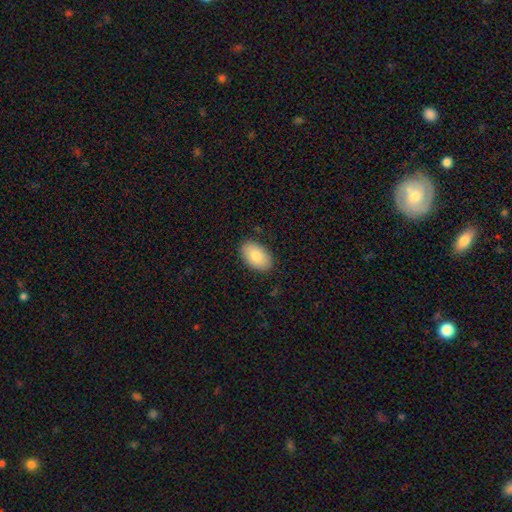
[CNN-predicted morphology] A smooth galaxy with no disk features (81%) that is in between round and cigar-shaped (93%).

Vote fractions:
- Smooth or featured? smooth: 81% / featured or disk: 12% / star or artifact: 6%
- How rounded? in between: 93% / round: 6% / cigar-shaped: 1%
- Merging? none: 86% / minor disturbance: 10% / major disturbance: 2% / merger: 1%